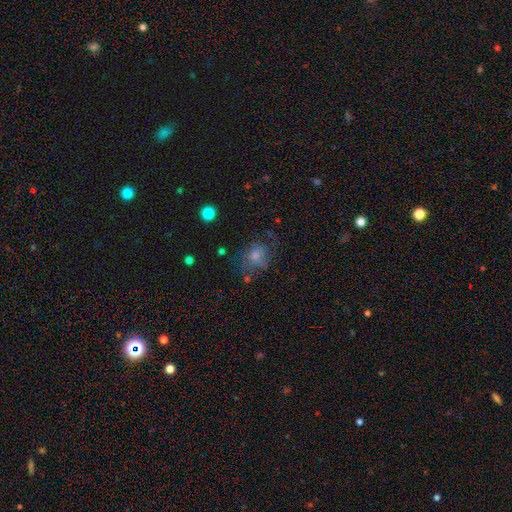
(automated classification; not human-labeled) Smooth or featured? smooth (45%)
Merging? none (58%)